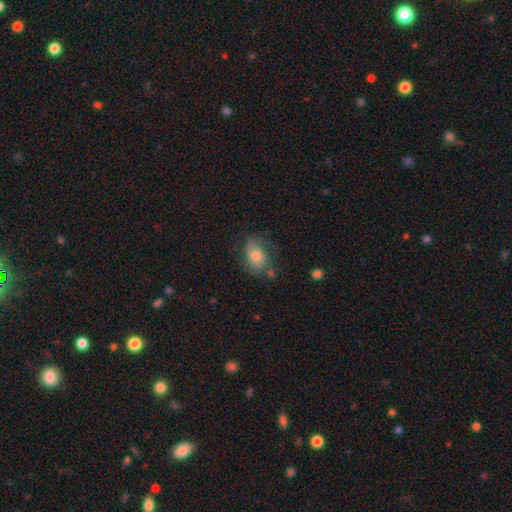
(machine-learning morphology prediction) smooth_or_featured: smooth (p=0.63) [alt: featured or disk p=0.28]
how_rounded: in between (p=0.78) [alt: round p=0.20]
merging: none (p=0.57) [alt: minor disturbance p=0.26]